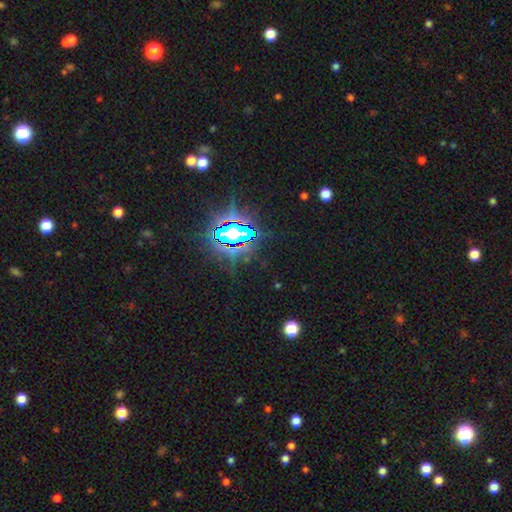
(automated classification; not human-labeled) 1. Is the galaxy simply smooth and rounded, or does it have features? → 82% star or artifact, 10% smooth, 8% featured or disk.